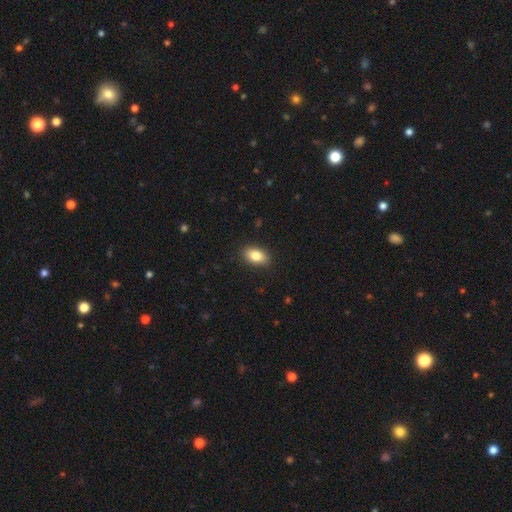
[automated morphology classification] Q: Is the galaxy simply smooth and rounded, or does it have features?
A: smooth — 83%.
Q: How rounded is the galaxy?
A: in between — 89%.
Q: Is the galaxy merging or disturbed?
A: none — 88%.